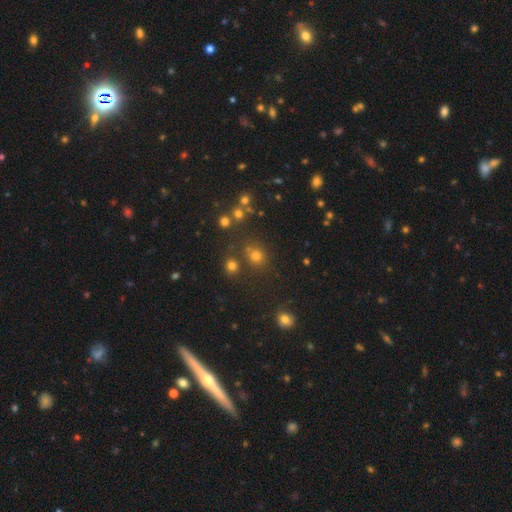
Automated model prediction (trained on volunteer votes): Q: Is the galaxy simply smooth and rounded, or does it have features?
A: smooth — 63%.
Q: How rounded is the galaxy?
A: round — 81%.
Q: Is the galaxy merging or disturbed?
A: none — 74%.